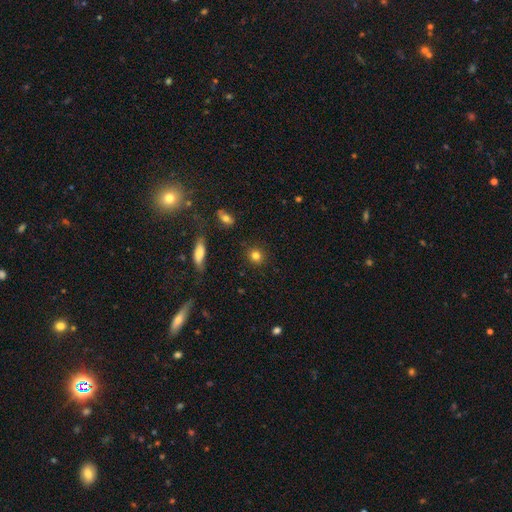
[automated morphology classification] Q: Smooth or featured?
A: smooth (82%); runner-up: star or artifact (12%)
Q: How rounded?
A: round (86%); runner-up: in between (12%)
Q: Merging?
A: none (89%); runner-up: minor disturbance (7%)